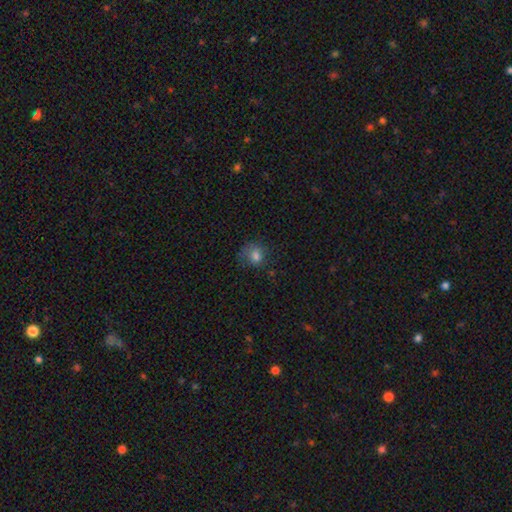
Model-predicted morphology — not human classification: Overall: smooth (76%). How rounded: round (69%; in between 30%). Merging: none (56%; minor disturbance 26%).